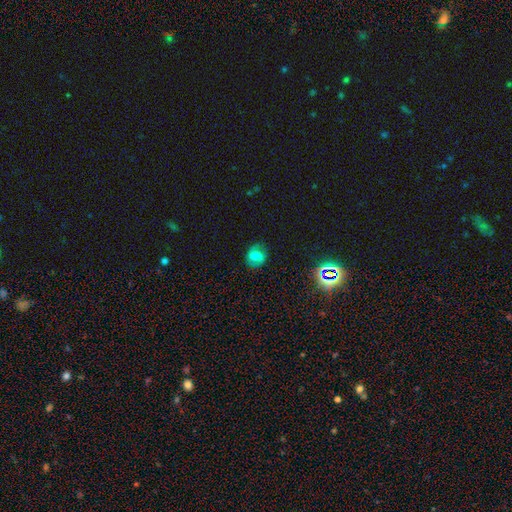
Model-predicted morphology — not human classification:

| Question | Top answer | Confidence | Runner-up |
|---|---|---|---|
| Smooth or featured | smooth | 56% | featured or disk (29%) |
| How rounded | round | 56% | in between (43%) |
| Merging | none | 75% | minor disturbance (18%) |